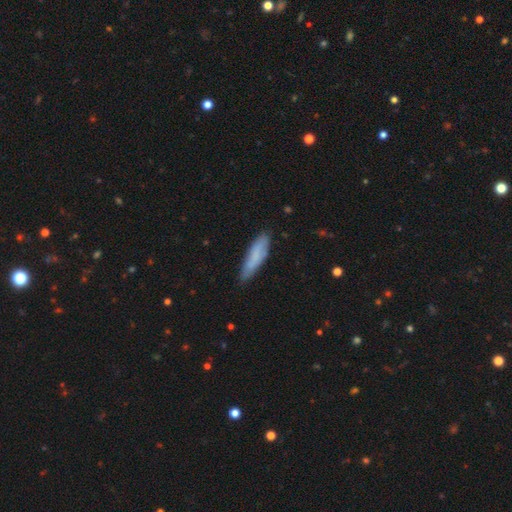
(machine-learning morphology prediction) A smooth galaxy with no disk features (74%) that is cigar-shaped (70%).

Vote fractions:
- Smooth or featured? smooth: 74% / featured or disk: 19% / star or artifact: 6%
- How rounded? cigar-shaped: 70% / in between: 29% / round: 1%
- Merging? none: 76% / minor disturbance: 19% / major disturbance: 3% / merger: 2%